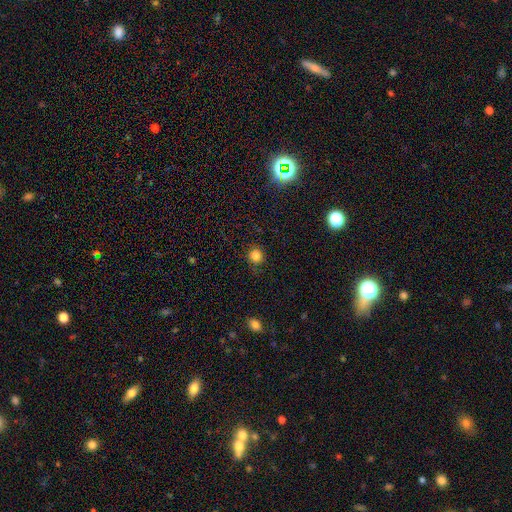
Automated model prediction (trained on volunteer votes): This appears to be a smooth galaxy with no disk features (82%) that is round (90%). Merging: none (85%).